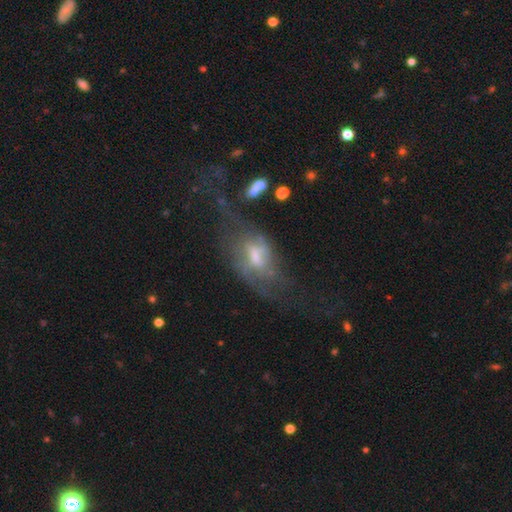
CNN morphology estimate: Smooth or featured: featured or disk — 63% (smooth — 26%)
Edge-on disk: no — 83% (yes — 17%)
Bar: weak — 45% (no — 41%)
Spiral arms: yes — 56% (no — 44%)
Bulge size: moderate — 47% (small — 35%)
Merging: major disturbance — 42% (none — 33%)